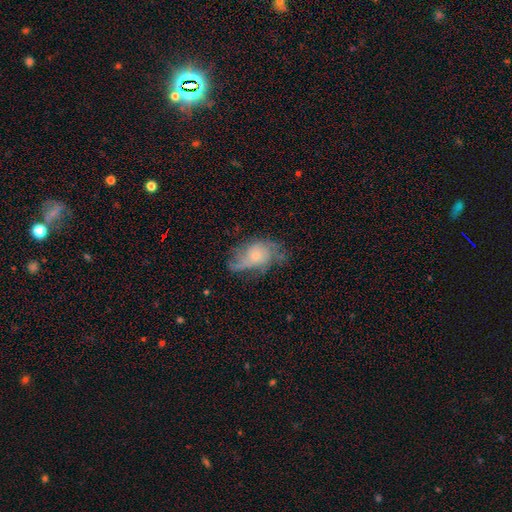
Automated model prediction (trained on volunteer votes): Overall: featured or disk (62%; smooth 29%). Edge-on disk: no (96%). Bar: no (79%). Spiral arms: yes (81%). Bulge size: small (52%; moderate 34%). Merging: none (50%; minor disturbance 27%).